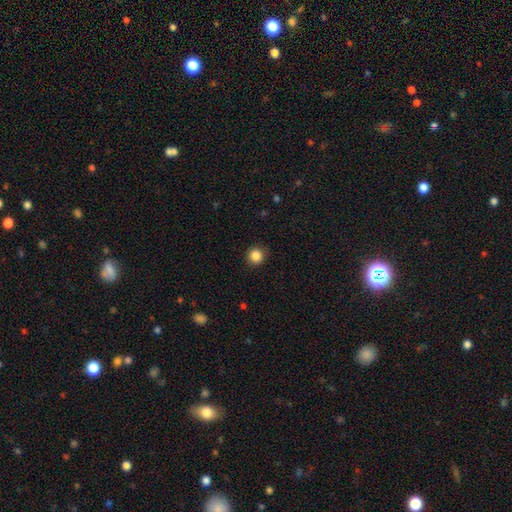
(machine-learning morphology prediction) A smooth galaxy with no disk features (86%) that is round (93%).

Vote fractions:
- Smooth or featured? smooth: 86% / star or artifact: 11% / featured or disk: 4%
- How rounded? round: 93% / in between: 6% / cigar-shaped: 1%
- Merging? none: 90% / minor disturbance: 7% / major disturbance: 2% / merger: 1%